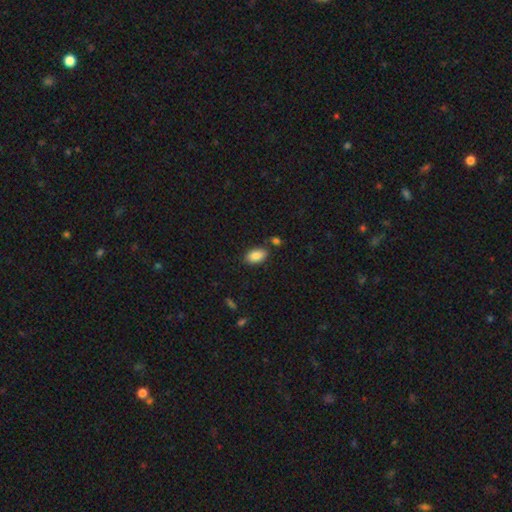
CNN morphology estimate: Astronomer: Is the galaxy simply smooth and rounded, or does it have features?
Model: smooth — 88%.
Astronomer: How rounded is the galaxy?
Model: in between — 93%.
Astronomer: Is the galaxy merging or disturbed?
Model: none — 78%.